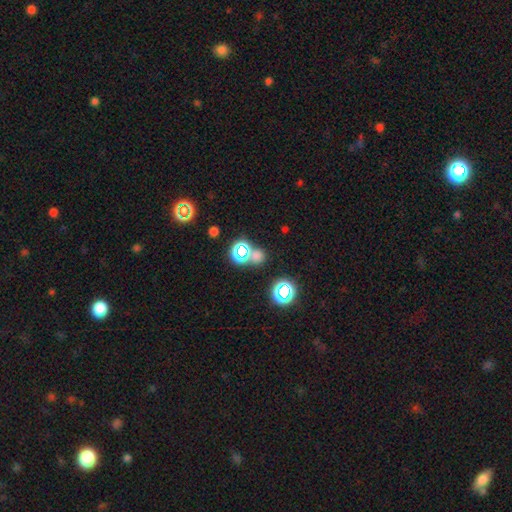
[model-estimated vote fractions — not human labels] Smooth or featured? Predicted: smooth (p=0.49). Merging? Predicted: none (p=0.62).